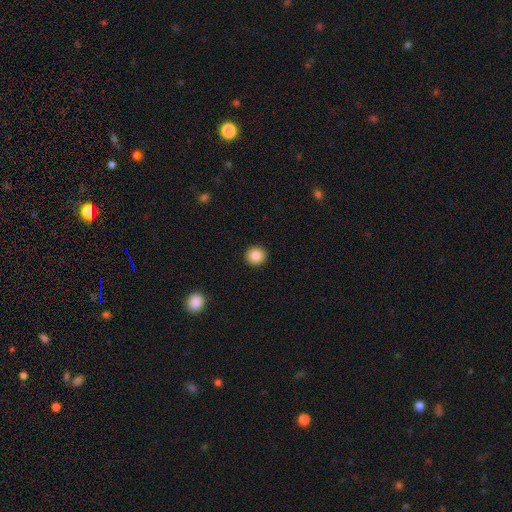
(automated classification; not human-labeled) The model was most divided on "smooth or featured": smooth: 87%, star or artifact: 9%, featured or disk: 4%. More confident: merging — none (93%); how rounded — round (91%).